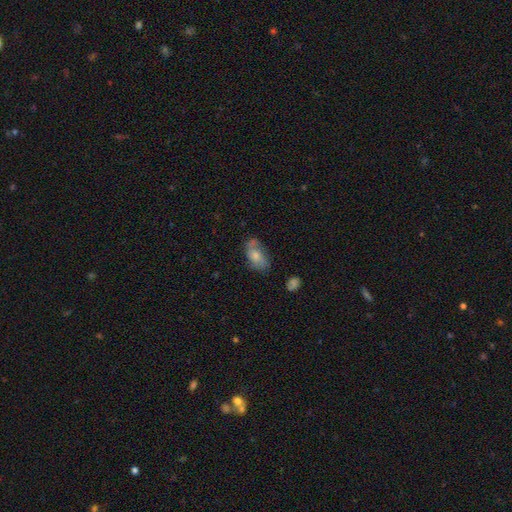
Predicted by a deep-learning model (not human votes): Smooth or featured? Predicted: smooth (p=0.52). How rounded? Predicted: in between (p=0.91). Merging? Predicted: none (p=0.55).